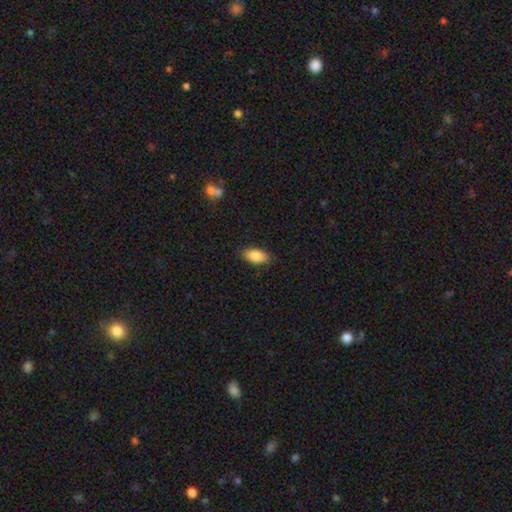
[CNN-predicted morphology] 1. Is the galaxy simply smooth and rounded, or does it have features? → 87% smooth, 7% star or artifact, 6% featured or disk.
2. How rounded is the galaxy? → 91% in between, 6% cigar-shaped, 3% round.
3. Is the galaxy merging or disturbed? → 87% none, 10% minor disturbance, 2% major disturbance, 1% merger.